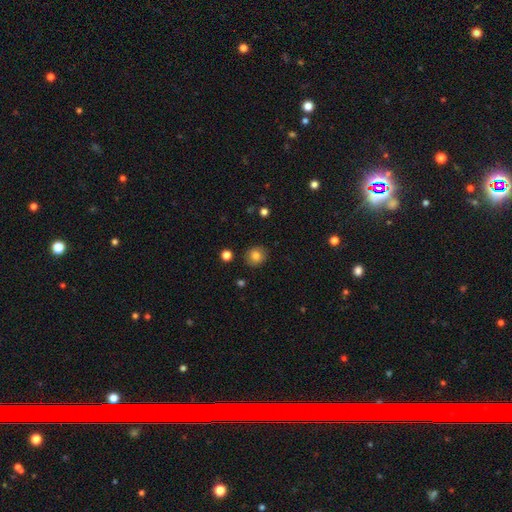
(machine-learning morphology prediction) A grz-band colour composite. It shows a smooth galaxy with no disk features (82%) that is round (84%). Merging: none (89%).